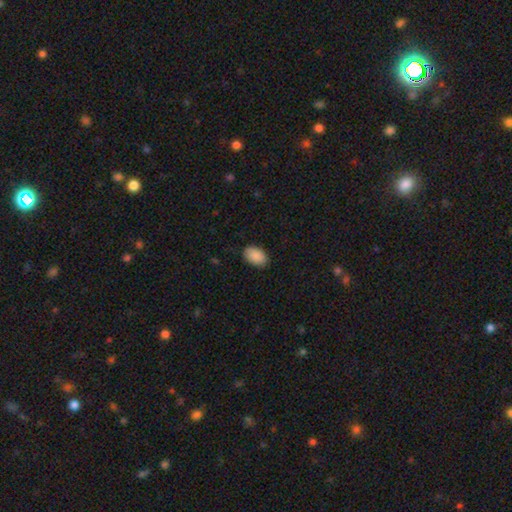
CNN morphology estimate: Smooth or featured: smooth — 90% (star or artifact — 6%)
How rounded: in between — 89% (round — 10%)
Merging: none — 87% (minor disturbance — 10%)